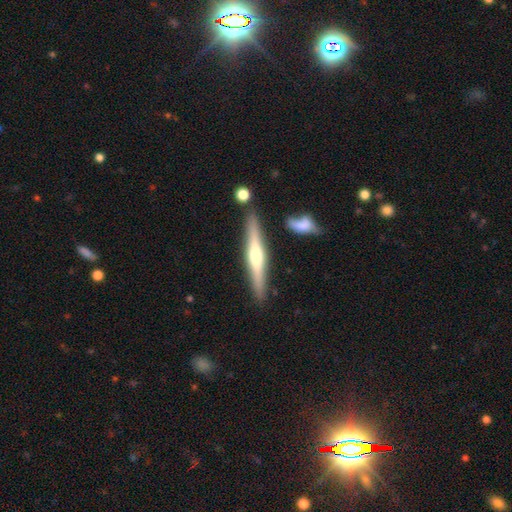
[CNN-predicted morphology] Smooth or featured? featured or disk (63%)
Edge-on disk? yes (97%)
Edge-on bulge? rounded (84%)
Merging? none (85%)